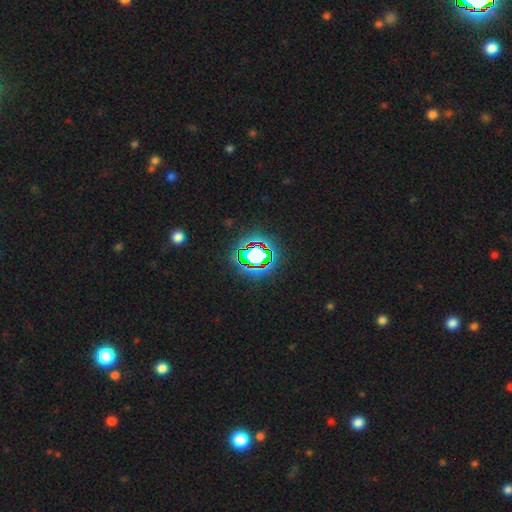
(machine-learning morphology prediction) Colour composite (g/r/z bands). It shows a star or artifact, not a galaxy (80%).